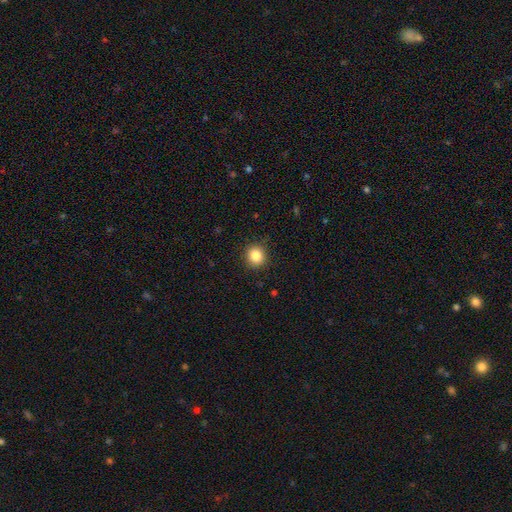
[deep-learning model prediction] smooth-or-featured: smooth: 85% | star or artifact: 10% | featured or disk: 5%
  how-rounded: round: 88% | in between: 11% | cigar-shaped: 1%
  merging: none: 90% | minor disturbance: 7% | major disturbance: 2% | merger: 1%